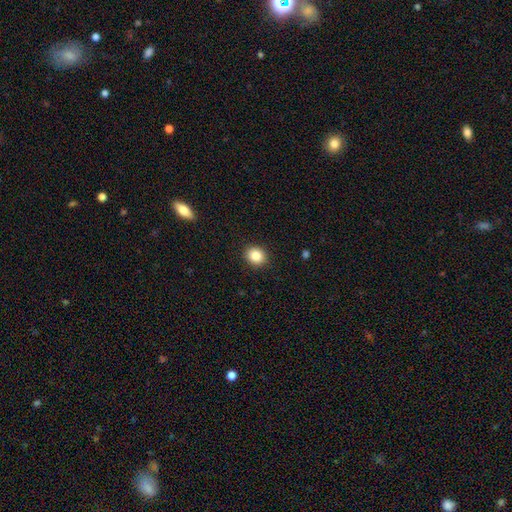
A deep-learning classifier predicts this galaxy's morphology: Overall: smooth (85%). How rounded: round (74%). Merging: none (91%).